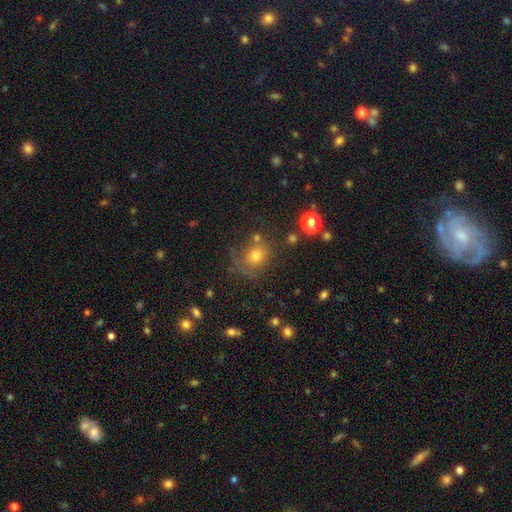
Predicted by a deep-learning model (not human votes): A smooth galaxy with no disk features (68%) that is round (77%).

Vote fractions:
- Smooth or featured? smooth: 68% / star or artifact: 17% / featured or disk: 14%
- How rounded? round: 77% / in between: 22% / cigar-shaped: 1%
- Merging? none: 61% / minor disturbance: 18% / major disturbance: 12% / merger: 9%